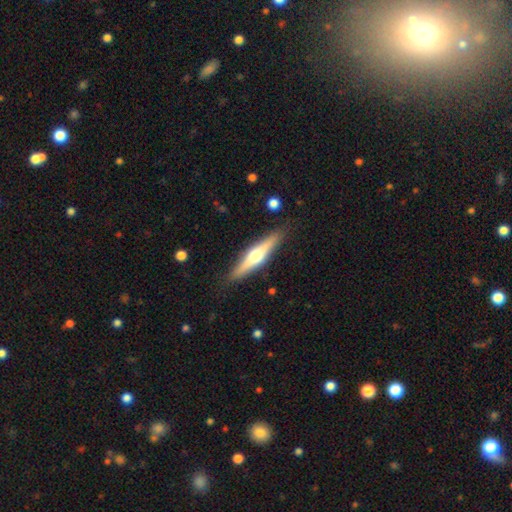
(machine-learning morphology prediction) Q: Smooth or featured?
A: featured or disk (62%); runner-up: smooth (33%)
Q: Edge-on disk?
A: yes (95%); runner-up: no (5%)
Q: Edge-on bulge?
A: rounded (92%); runner-up: boxy (4%)
Q: Merging?
A: none (88%); runner-up: minor disturbance (9%)